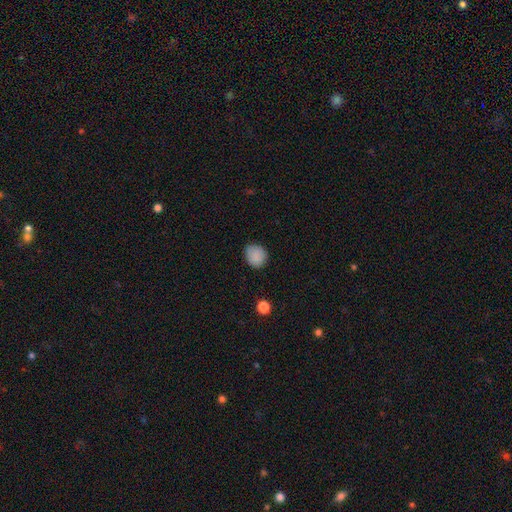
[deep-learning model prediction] Smooth or featured? Predicted: smooth (p=0.87). How rounded? Predicted: round (p=0.78). Merging? Predicted: none (p=0.82).